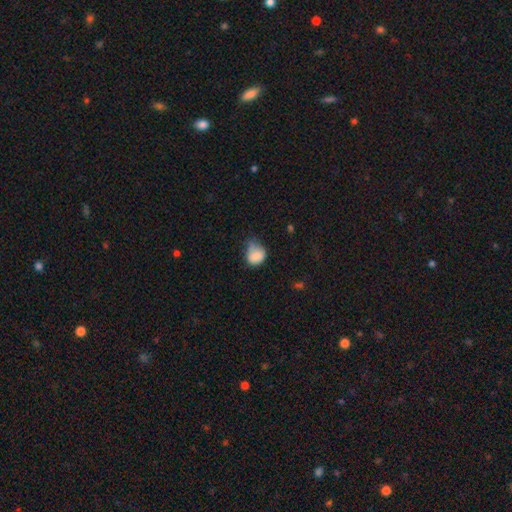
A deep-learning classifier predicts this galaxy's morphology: smooth-or-featured: smooth: 80% | featured or disk: 10% | star or artifact: 9%
  how-rounded: round: 50% | in between: 49% | cigar-shaped: 1%
  merging: minor disturbance: 45% | none: 27% | major disturbance: 23% | merger: 6%